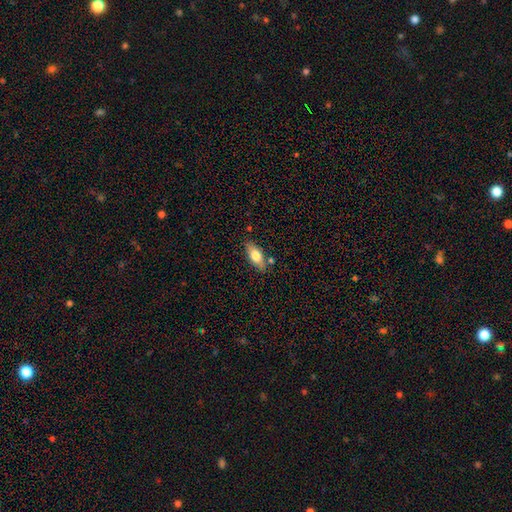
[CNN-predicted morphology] smooth_or_featured: smooth (p=0.73) [alt: featured or disk p=0.21]
how_rounded: in between (p=0.80) [alt: cigar-shaped p=0.17]
merging: none (p=0.77) [alt: minor disturbance p=0.15]